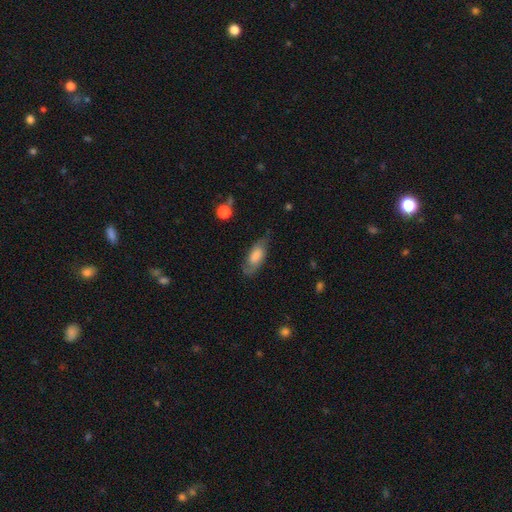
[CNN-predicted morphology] type=smooth (49%); merging=none (68%).